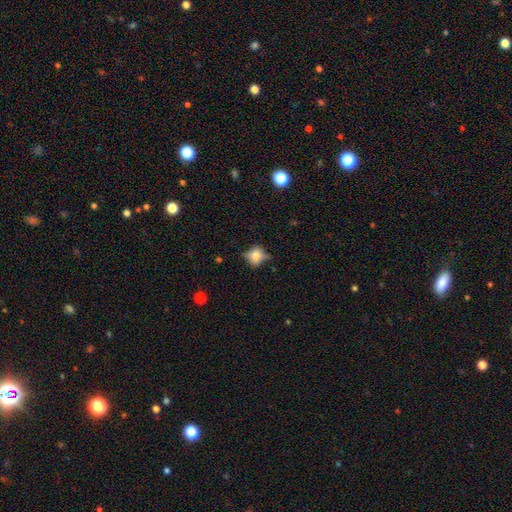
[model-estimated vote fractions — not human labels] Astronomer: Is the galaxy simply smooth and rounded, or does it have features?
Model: smooth — 55% (runner-up: featured or disk, 32%).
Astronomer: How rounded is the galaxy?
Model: round — 72%.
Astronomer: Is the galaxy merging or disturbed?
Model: none — 66%.